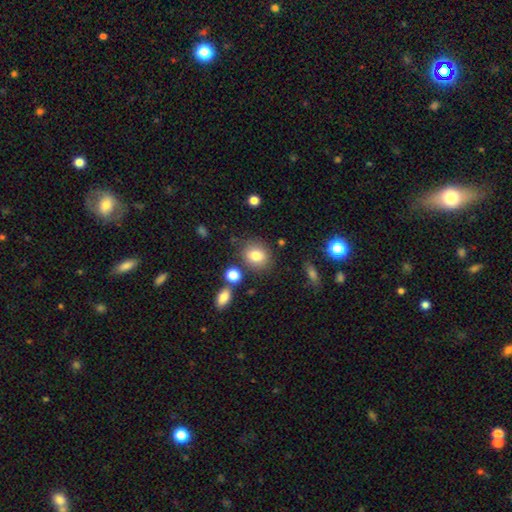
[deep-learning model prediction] Morphology: type=smooth (80%); roundness=round (62%); merging=none (77%).